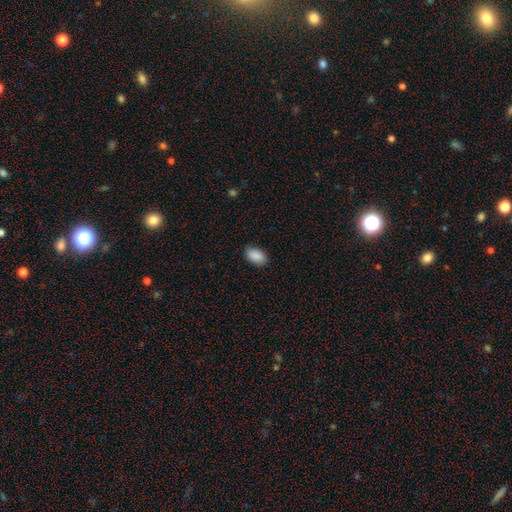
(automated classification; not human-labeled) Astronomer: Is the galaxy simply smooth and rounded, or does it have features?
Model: smooth — 90%.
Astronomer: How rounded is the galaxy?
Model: in between — 92%.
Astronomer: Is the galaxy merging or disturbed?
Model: none — 87%.